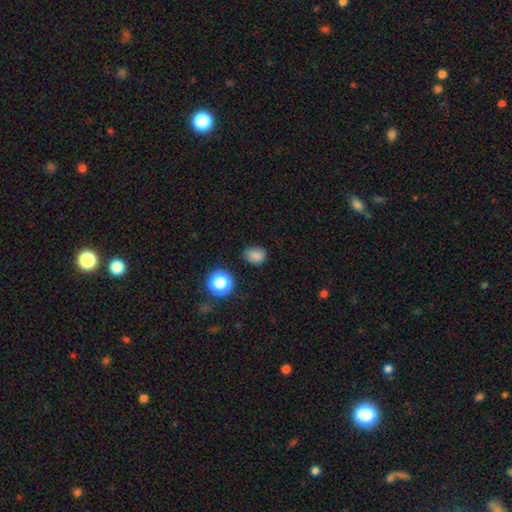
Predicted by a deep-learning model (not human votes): Smooth or featured? smooth (81%)
How rounded? in between (50%)
Merging? none (76%)